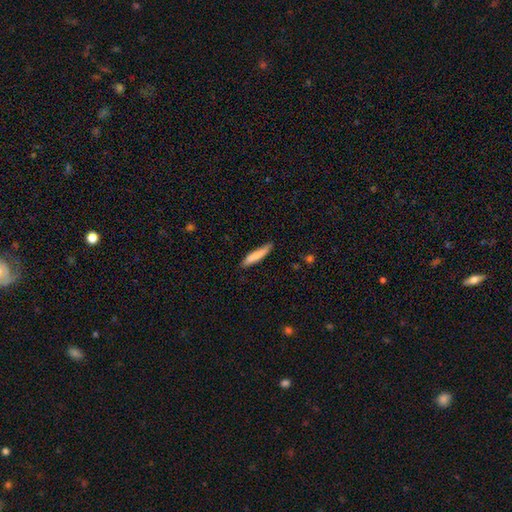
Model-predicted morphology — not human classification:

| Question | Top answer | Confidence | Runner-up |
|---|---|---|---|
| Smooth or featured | smooth | 81% | featured or disk (14%) |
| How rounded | cigar-shaped | 89% | in between (10%) |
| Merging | none | 80% | minor disturbance (16%) |